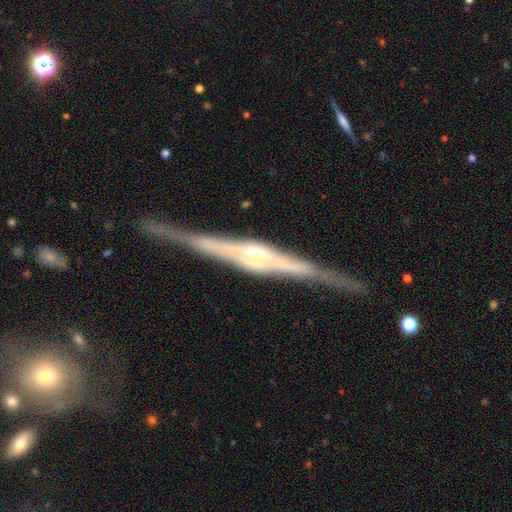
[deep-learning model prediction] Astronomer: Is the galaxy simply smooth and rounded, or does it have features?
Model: featured or disk — 88%.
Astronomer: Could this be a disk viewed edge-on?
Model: yes — 97%.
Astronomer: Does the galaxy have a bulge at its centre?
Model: boxy — 55% (runner-up: rounded, 38%).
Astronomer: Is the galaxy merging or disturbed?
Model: none — 87%.